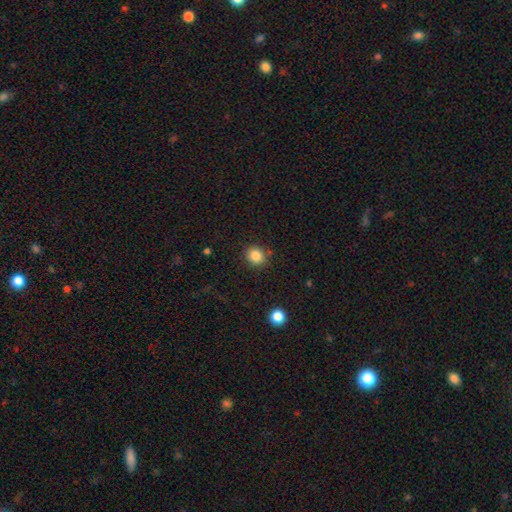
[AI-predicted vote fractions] Q: Smooth or featured?
A: smooth (84%); runner-up: star or artifact (11%)
Q: How rounded?
A: round (80%); runner-up: in between (20%)
Q: Merging?
A: none (86%); runner-up: minor disturbance (9%)